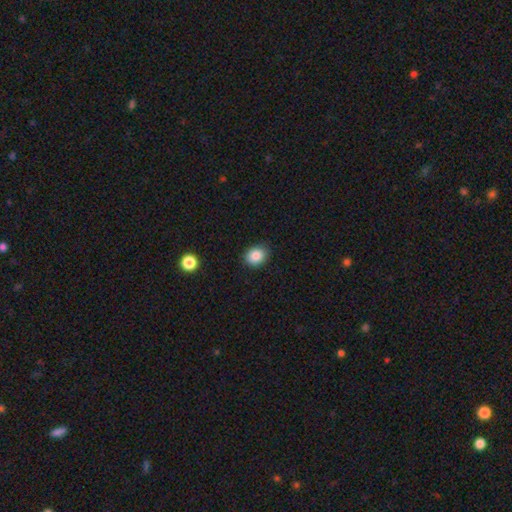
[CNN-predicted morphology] A smooth galaxy with no disk features (86%) that is round (54%). Merging: none (87%).